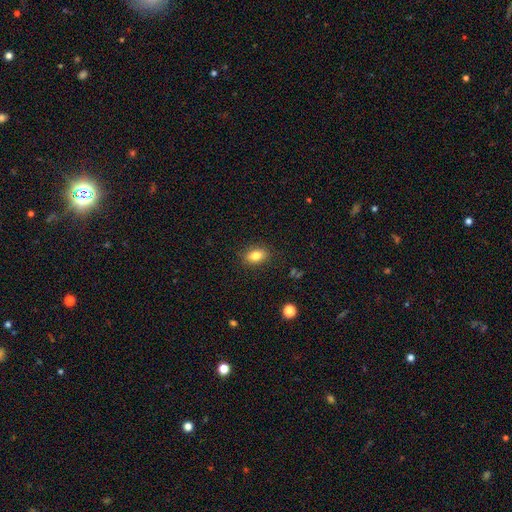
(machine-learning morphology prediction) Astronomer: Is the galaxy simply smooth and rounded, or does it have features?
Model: smooth — 81%.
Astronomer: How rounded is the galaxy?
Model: in between — 81%.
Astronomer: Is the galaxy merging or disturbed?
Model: none — 87%.